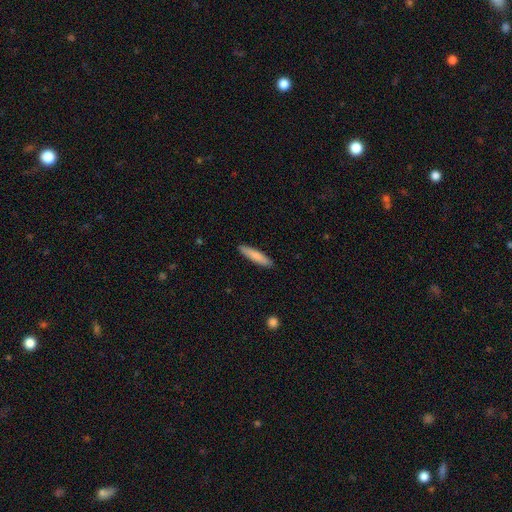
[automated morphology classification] type=smooth (81%); roundness=cigar-shaped (87%); merging=none (90%).